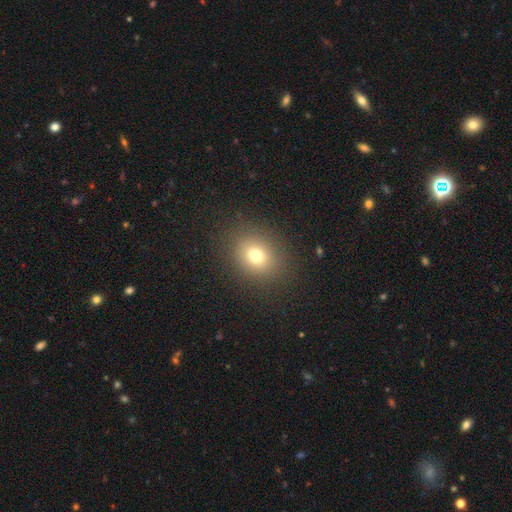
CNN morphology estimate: Overall: smooth (74%). How rounded: round (68%; in between 31%). Merging: none (87%).